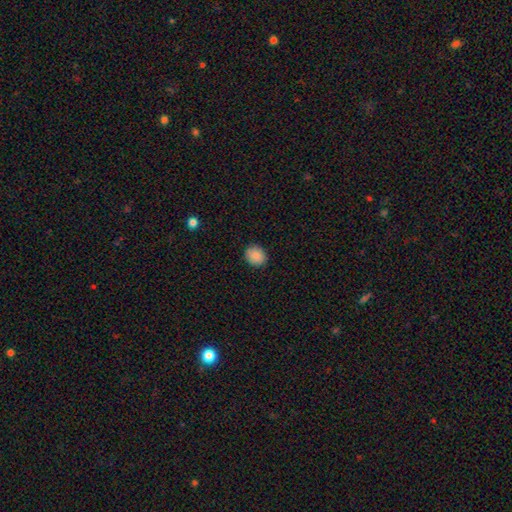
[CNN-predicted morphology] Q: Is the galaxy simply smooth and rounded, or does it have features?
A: smooth — 87%.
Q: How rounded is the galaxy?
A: round — 65%.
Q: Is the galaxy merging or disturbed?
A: none — 88%.